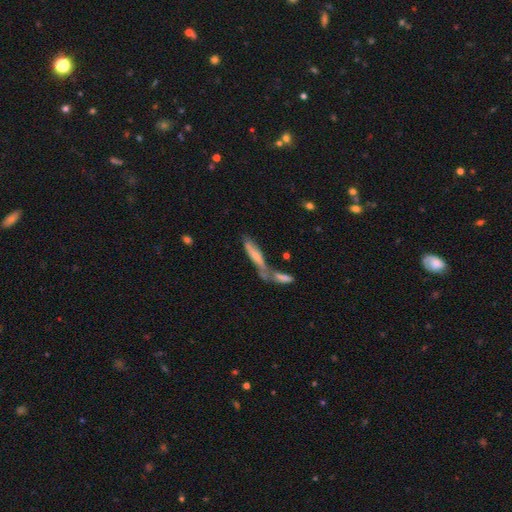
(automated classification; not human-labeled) smooth 54%, featured or disk 38%, star or artifact 8%. Down the decision tree: how rounded — cigar-shaped (76%); merging — merger (56%).